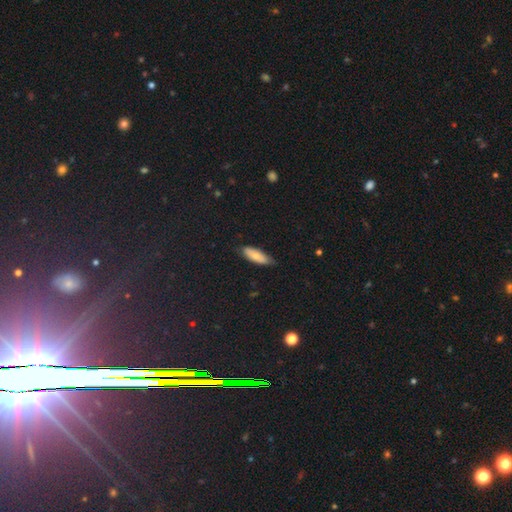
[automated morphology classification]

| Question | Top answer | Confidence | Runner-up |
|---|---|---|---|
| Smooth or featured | smooth | 73% | featured or disk (20%) |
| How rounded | in between | 66% | cigar-shaped (32%) |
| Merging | none | 76% | minor disturbance (20%) |